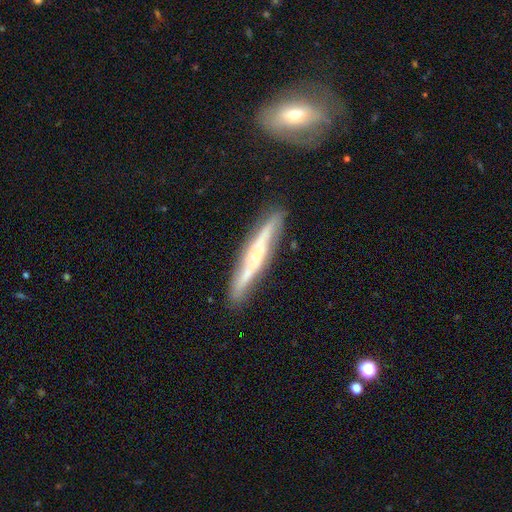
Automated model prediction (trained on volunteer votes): This appears to be a featured or disk galaxy (71%) viewed edge-on (82%) with a rounded central bulge (66%). Merging: none (83%).